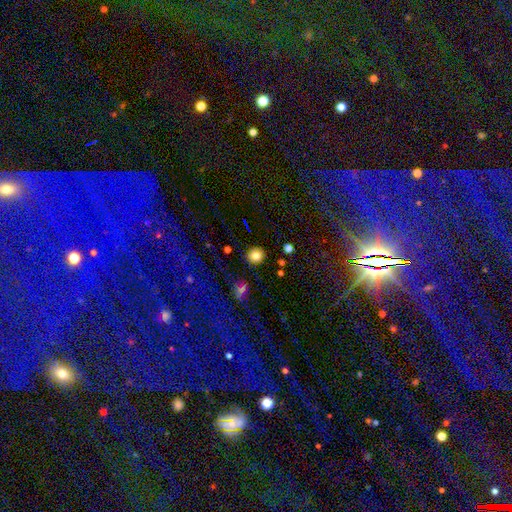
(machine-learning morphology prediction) Q: Smooth or featured?
A: smooth (73%); runner-up: star or artifact (17%)
Q: How rounded?
A: round (79%); runner-up: in between (20%)
Q: Merging?
A: none (83%); runner-up: minor disturbance (10%)